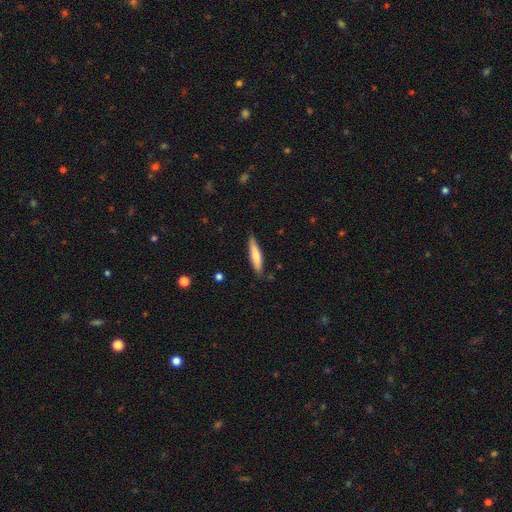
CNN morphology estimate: Smooth or featured: smooth — 72% (featured or disk — 23%)
How rounded: cigar-shaped — 84% (in between — 15%)
Merging: none — 84% (minor disturbance — 13%)